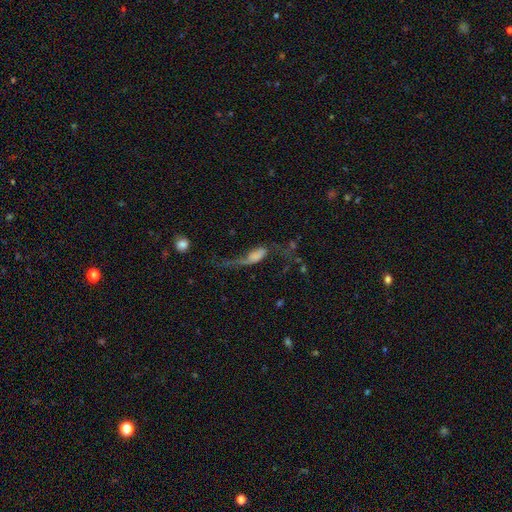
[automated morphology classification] featured or disk 49%, smooth 40%, star or artifact 11%. Down the decision tree: merging — major disturbance (52%).